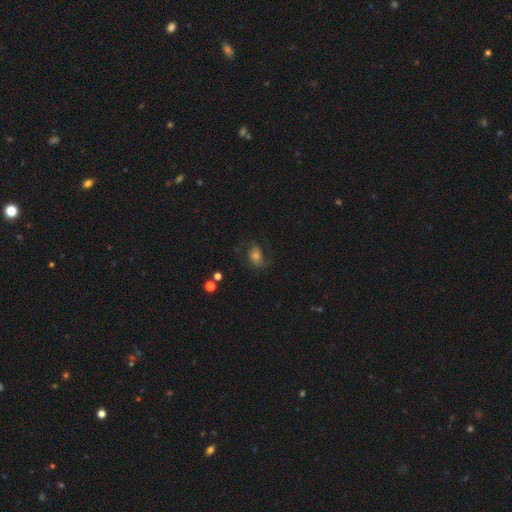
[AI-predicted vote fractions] The model was most divided on "smooth or featured": featured or disk: 46%, smooth: 37%, star or artifact: 17%. More confident: merging — none (59%).